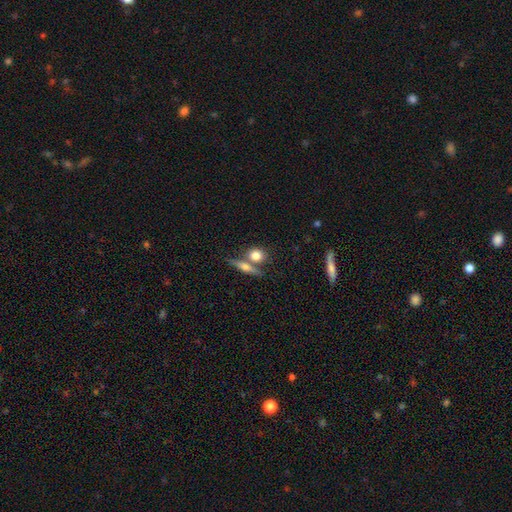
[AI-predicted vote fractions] A smooth galaxy with no disk features (75%) that is round (60%).

Vote fractions:
- Smooth or featured? smooth: 75% / featured or disk: 17% / star or artifact: 9%
- How rounded? round: 60% / in between: 29% / cigar-shaped: 11%
- Merging? none: 56% / merger: 31% / minor disturbance: 9% / major disturbance: 4%